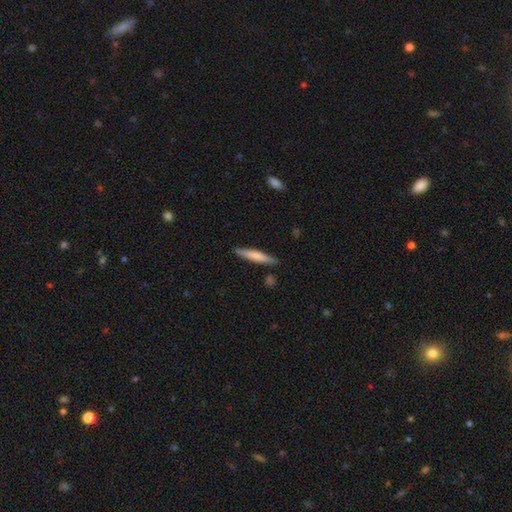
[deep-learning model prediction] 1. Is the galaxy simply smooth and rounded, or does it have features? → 60% smooth, 35% featured or disk, 5% star or artifact.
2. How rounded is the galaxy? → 92% cigar-shaped, 6% in between, 1% round.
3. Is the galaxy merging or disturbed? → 87% none, 9% minor disturbance, 2% merger, 2% major disturbance.